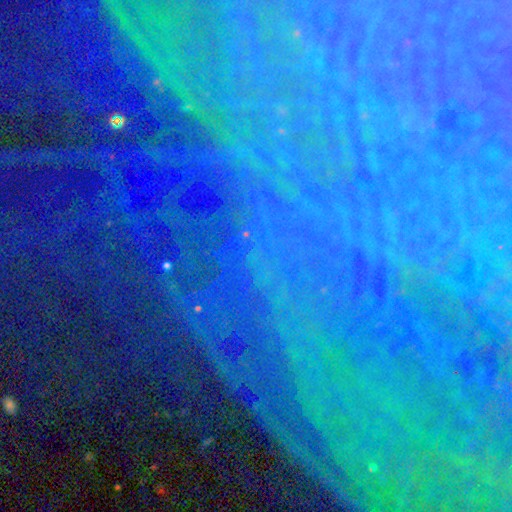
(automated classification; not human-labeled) Morphology: type=star or artifact (84%).